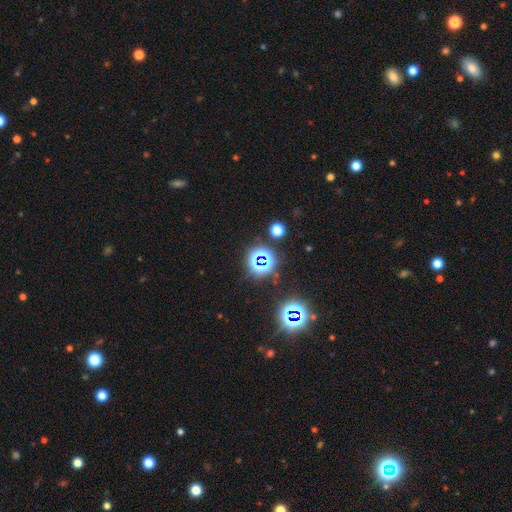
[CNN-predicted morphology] Smooth or featured? Predicted: star or artifact (p=0.74).